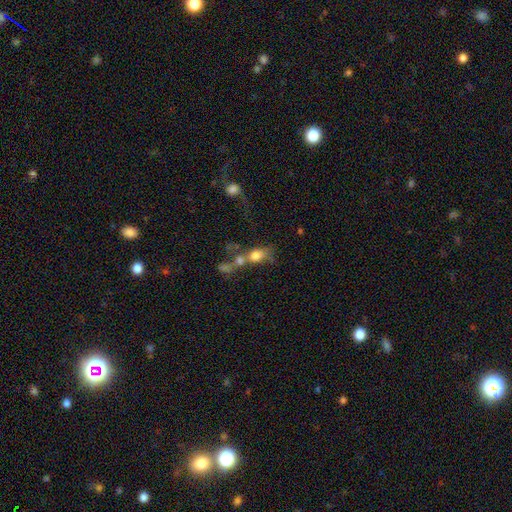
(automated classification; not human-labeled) smooth_or_featured: smooth (p=0.68) [alt: featured or disk p=0.21]
how_rounded: in between (p=0.64) [alt: round p=0.29]
merging: merger (p=0.61) [alt: none p=0.17]